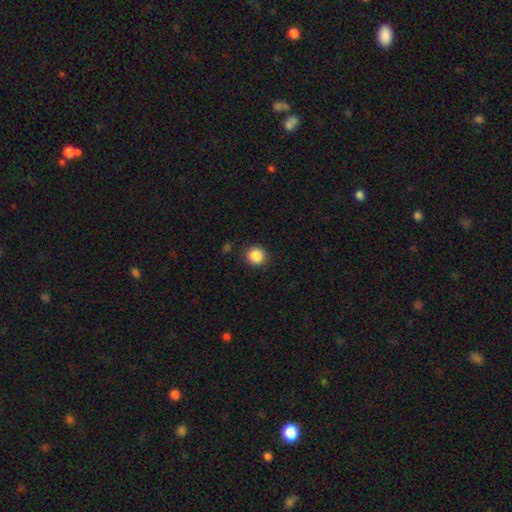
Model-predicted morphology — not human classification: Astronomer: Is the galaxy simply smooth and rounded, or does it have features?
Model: smooth — 88%.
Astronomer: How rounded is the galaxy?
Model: round — 90%.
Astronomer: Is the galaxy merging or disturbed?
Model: none — 89%.